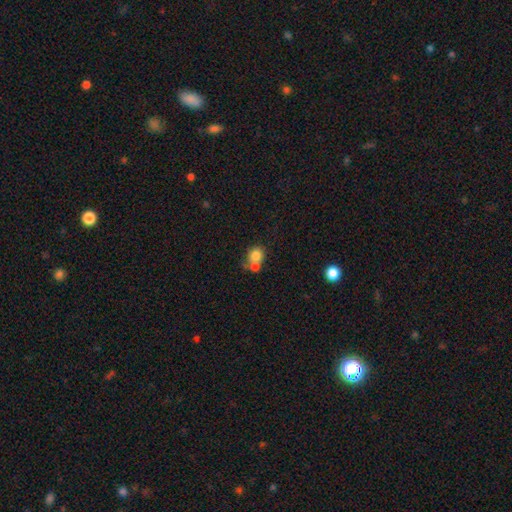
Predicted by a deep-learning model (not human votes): smooth_or_featured: smooth (p=0.78) [alt: featured or disk p=0.12]
how_rounded: round (p=0.80) [alt: in between p=0.20]
merging: merger (p=0.49) [alt: none p=0.38]